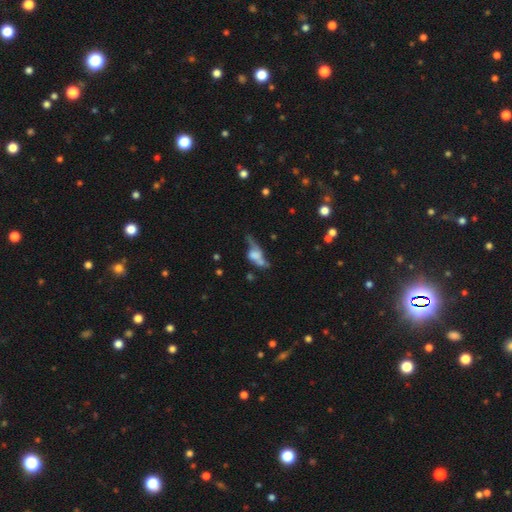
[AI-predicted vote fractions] Overall: featured or disk (48%; smooth 39%). Merging: major disturbance (34%; none 26%).